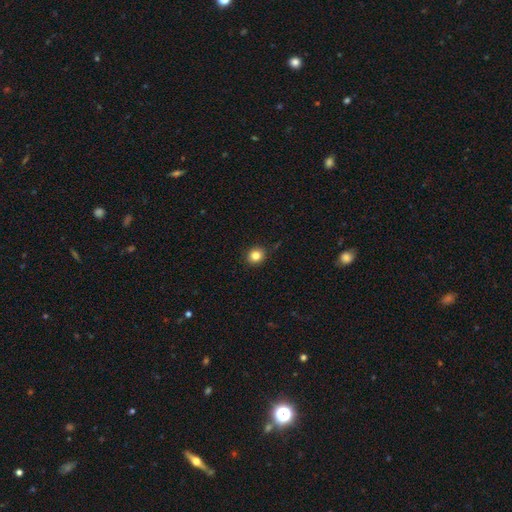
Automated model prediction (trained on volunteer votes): Smooth or featured? Predicted: smooth (p=0.83). How rounded? Predicted: round (p=0.84). Merging? Predicted: none (p=0.89).